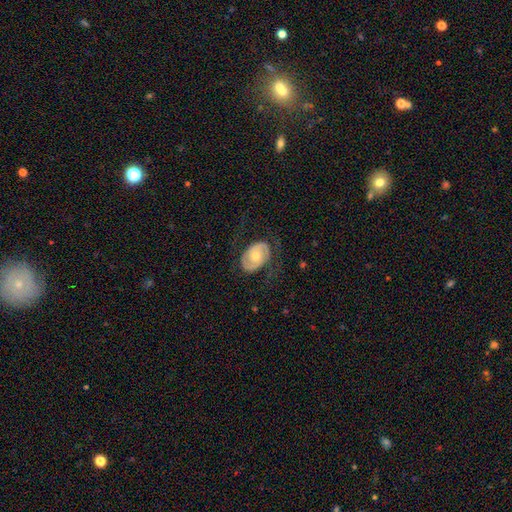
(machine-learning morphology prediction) smooth_or_featured: featured or disk (p=0.67) [alt: smooth p=0.27]
disk_edge_on: no (p=0.96) [alt: yes p=0.04]
bar: no (p=0.73) [alt: weak p=0.21]
has_spiral_arms: yes (p=0.82) [alt: no p=0.18]
spiral_winding: medium (p=0.40) [alt: tight p=0.35]
spiral_arm_count: 2 (p=0.81) [alt: can't tell p=0.11]
bulge_size: moderate (p=0.54) [alt: small p=0.40]
merging: none (p=0.65) [alt: minor disturbance p=0.18]